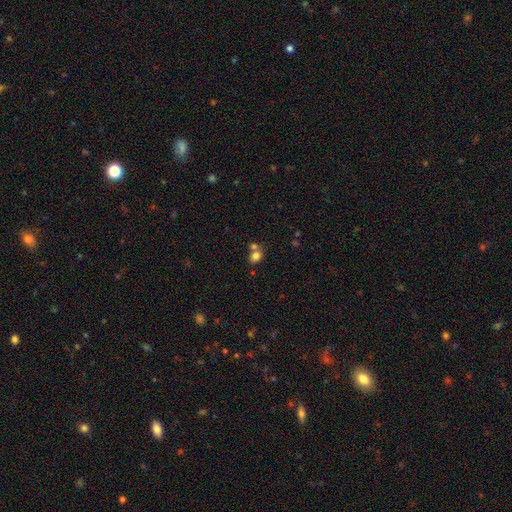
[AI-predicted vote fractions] Smooth or featured?
  - smooth: 79% *
  - star or artifact: 12%
  - featured or disk: 9%
How rounded?
  - in between: 51% *
  - round: 48%
  - cigar-shaped: 1%
Merging?
  - none: 49% *
  - merger: 38%
  - minor disturbance: 10%
  - major disturbance: 4%